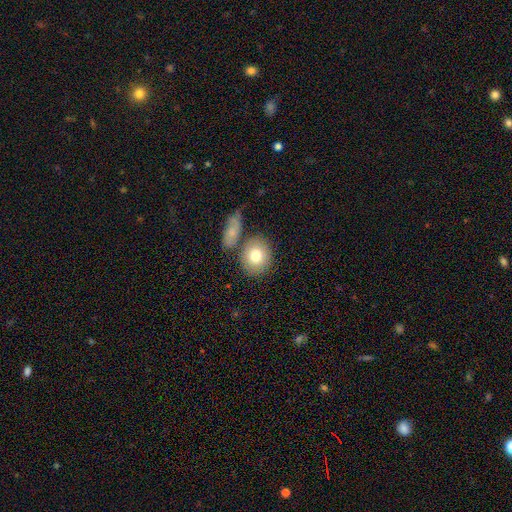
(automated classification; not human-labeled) This appears to be a smooth galaxy with no disk features (78%) that is round (71%). Merging: none (68%).